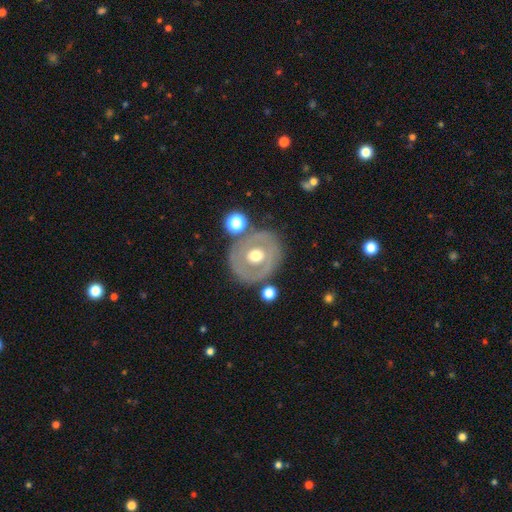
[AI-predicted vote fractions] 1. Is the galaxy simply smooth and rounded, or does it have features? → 60% featured or disk, 34% smooth, 7% star or artifact.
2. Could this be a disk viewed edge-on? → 95% no, 5% yes.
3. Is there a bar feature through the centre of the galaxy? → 82% no, 13% weak, 5% strong.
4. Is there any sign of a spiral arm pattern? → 79% no, 21% yes.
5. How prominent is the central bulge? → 75% moderate, 14% large, 8% small, 1% dominant, 1% none.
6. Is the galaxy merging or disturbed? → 75% none, 13% minor disturbance, 6% major disturbance, 6% merger.